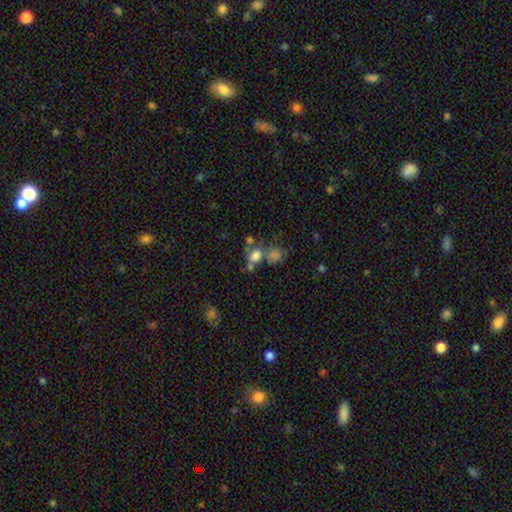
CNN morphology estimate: Smooth or featured: smooth — 73% (star or artifact — 15%)
How rounded: round — 61% (in between — 38%)
Merging: merger — 41% (none — 40%)